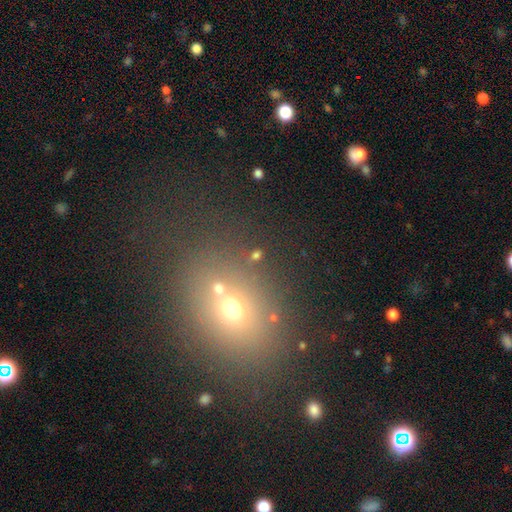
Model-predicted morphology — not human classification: Smooth or featured? Predicted: smooth (p=0.55). How rounded? Predicted: round (p=0.62). Merging? Predicted: none (p=0.71).